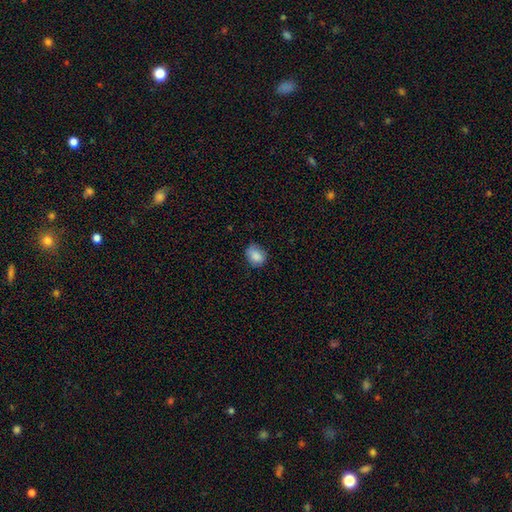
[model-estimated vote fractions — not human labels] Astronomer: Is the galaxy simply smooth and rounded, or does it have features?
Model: smooth — 85%.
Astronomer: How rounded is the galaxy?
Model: in between — 53% (runner-up: round, 46%).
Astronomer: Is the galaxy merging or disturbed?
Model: none — 73%.